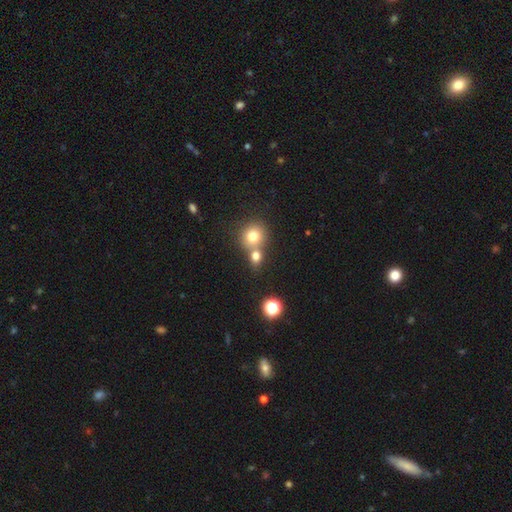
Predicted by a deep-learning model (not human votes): smooth-or-featured: smooth: 76% | star or artifact: 14% | featured or disk: 10%
  how-rounded: round: 73% | in between: 25% | cigar-shaped: 1%
  merging: none: 46% | merger: 43% | minor disturbance: 8% | major disturbance: 3%